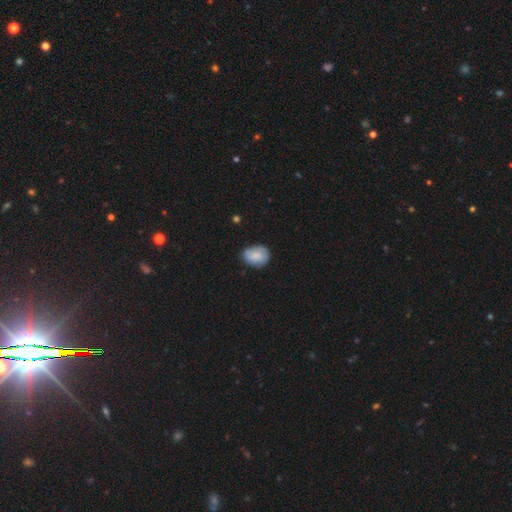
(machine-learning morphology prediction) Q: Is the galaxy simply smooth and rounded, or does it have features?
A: smooth — 77%.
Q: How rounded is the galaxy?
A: in between — 67%.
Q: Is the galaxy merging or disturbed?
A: none — 75%.